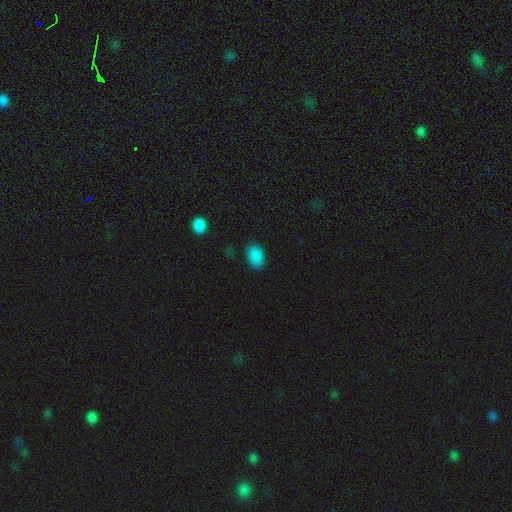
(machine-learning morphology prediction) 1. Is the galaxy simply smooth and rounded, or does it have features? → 87% smooth, 10% star or artifact, 3% featured or disk.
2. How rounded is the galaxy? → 88% in between, 11% round, 1% cigar-shaped.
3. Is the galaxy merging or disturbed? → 85% none, 11% minor disturbance, 3% major disturbance, 1% merger.